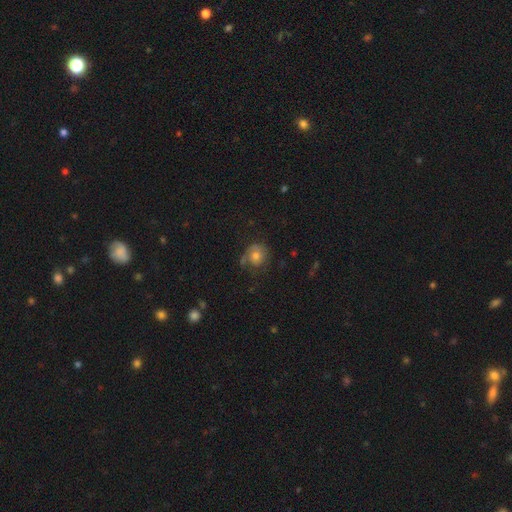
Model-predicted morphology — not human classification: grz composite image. It shows a smooth galaxy with no disk features (47%). Merging: none (57%).